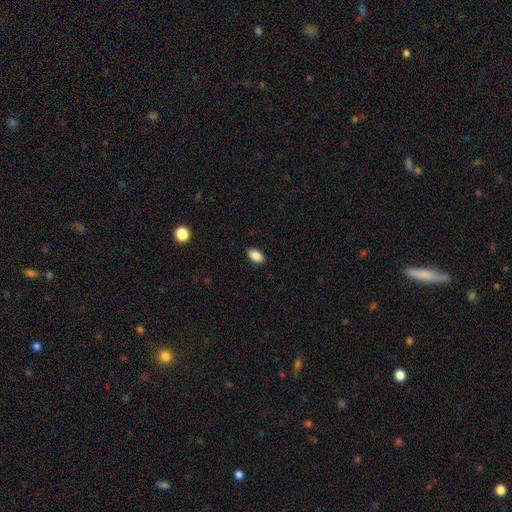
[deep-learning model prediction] smooth_or_featured: smooth (p=0.88) [alt: star or artifact p=0.08]
how_rounded: in between (p=0.92) [alt: round p=0.06]
merging: none (p=0.88) [alt: minor disturbance p=0.09]